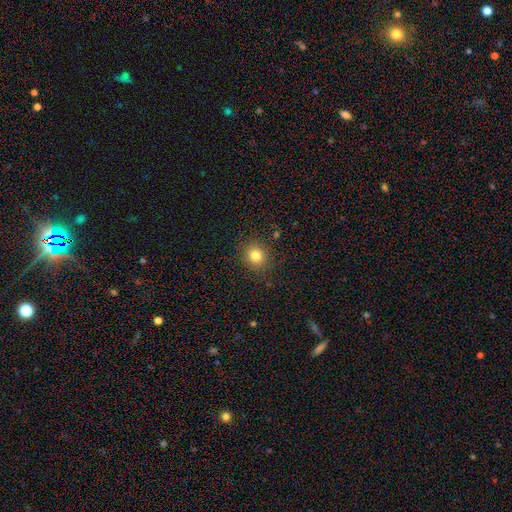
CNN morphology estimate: smooth 80%, star or artifact 13%, featured or disk 7%. Down the decision tree: how rounded — round (87%); merging — none (89%).